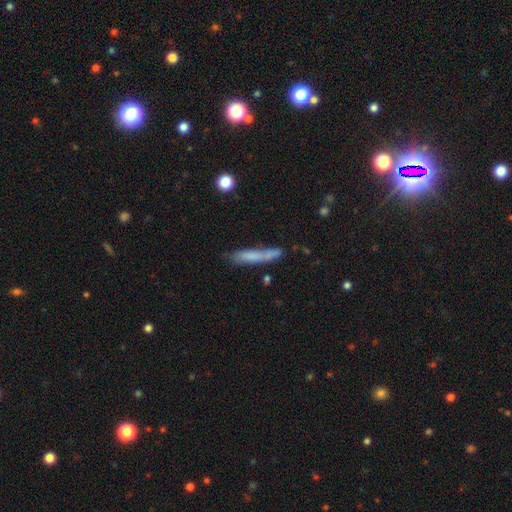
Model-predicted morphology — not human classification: This is likely a smooth galaxy (65%). How rounded: clearly cigar-shaped (92%). Merging: likely none (66%).